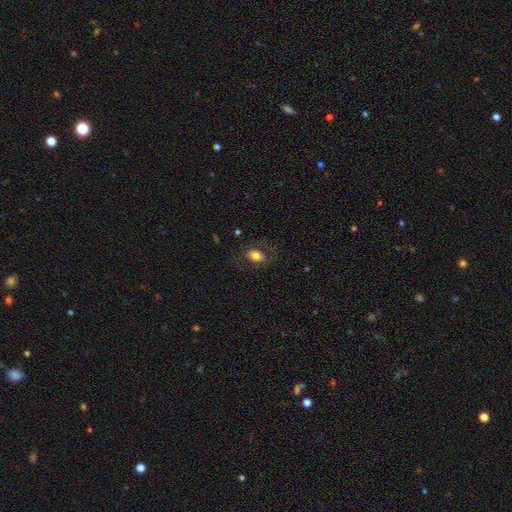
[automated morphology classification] smooth_or_featured: smooth (p=0.72) [alt: featured or disk p=0.19]
how_rounded: in between (p=0.80) [alt: round p=0.18]
merging: none (p=0.74) [alt: minor disturbance p=0.15]